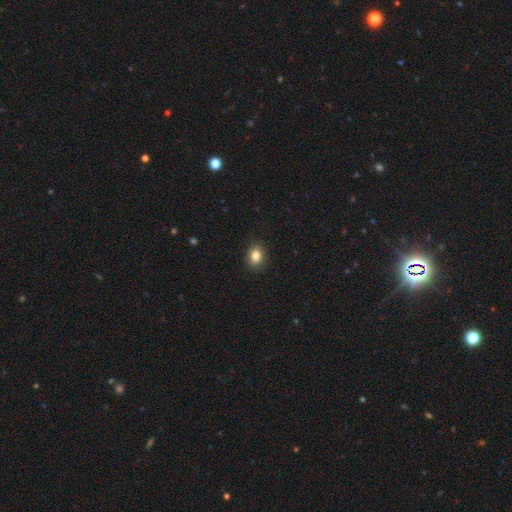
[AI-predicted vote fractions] A smooth galaxy with no disk features (85%) that is in between round and cigar-shaped (59%).

Vote fractions:
- Smooth or featured? smooth: 85% / star or artifact: 10% / featured or disk: 5%
- How rounded? in between: 59% / round: 40% / cigar-shaped: 1%
- Merging? none: 89% / minor disturbance: 8% / major disturbance: 2% / merger: 1%